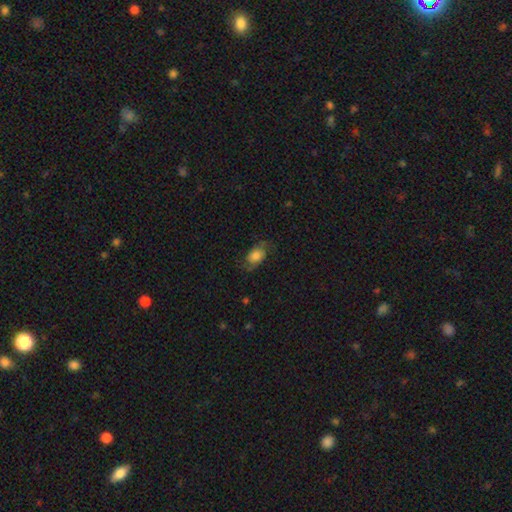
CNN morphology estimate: The model was most divided on "smooth or featured": smooth: 55%, featured or disk: 36%, star or artifact: 9%. More confident: how rounded — in between (78%); merging — none (65%).